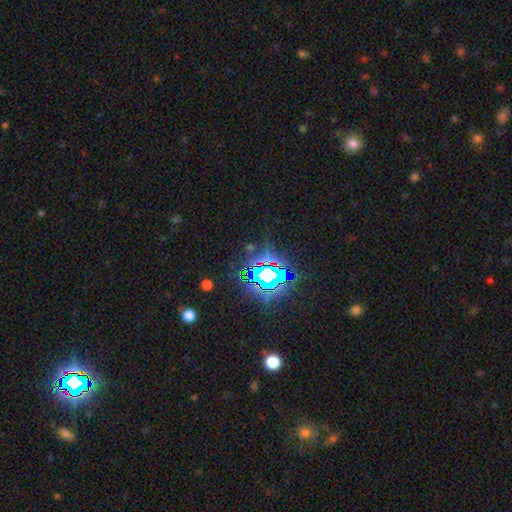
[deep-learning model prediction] Q: Smooth or featured?
A: star or artifact (81%); runner-up: smooth (12%)